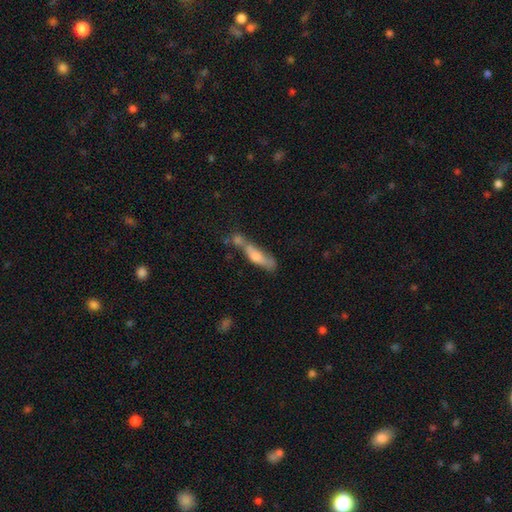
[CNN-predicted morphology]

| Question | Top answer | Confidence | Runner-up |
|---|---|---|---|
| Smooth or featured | smooth | 52% | featured or disk (40%) |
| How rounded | cigar-shaped | 75% | in between (23%) |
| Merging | merger | 36% | none (34%) |